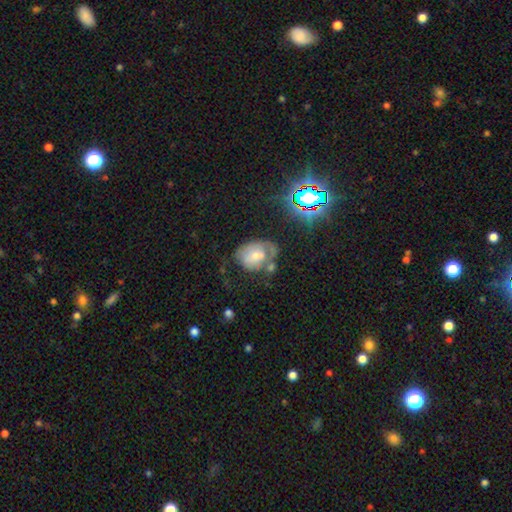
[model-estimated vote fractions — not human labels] Smooth or featured?
  - smooth: 48% *
  - featured or disk: 39%
  - star or artifact: 12%
Merging?
  - none: 30% *
  - minor disturbance: 27%
  - major disturbance: 26%
  - merger: 17%